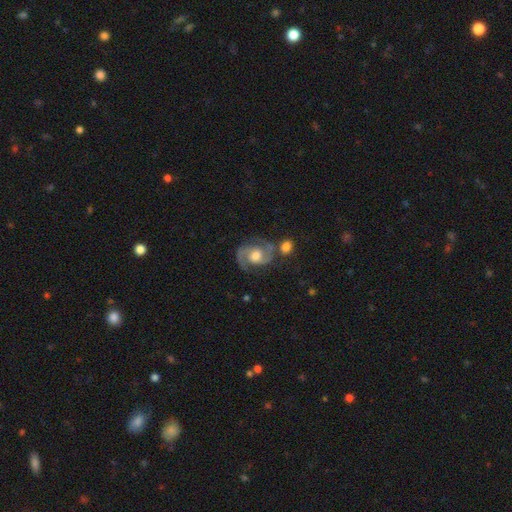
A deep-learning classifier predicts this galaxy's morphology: smooth-or-featured: featured or disk: 87% | smooth: 8% | star or artifact: 5%
  disk-edge-on: no: 98% | yes: 2%
    bar: no: 57% | weak: 35% | strong: 8%
    has-spiral-arms: yes: 97% | no: 3%
      spiral-winding: medium: 59% | tight: 25% | loose: 16%
      spiral-arm-count: 2: 93% | can't tell: 2% | 1: 2% | 3: 1% | 4: 1% | more than 4: 1%
    bulge-size: moderate: 60% | large: 27% | small: 8% | none: 3% | dominant: 2%
  merging: none: 67% | minor disturbance: 16% | merger: 10% | major disturbance: 7%